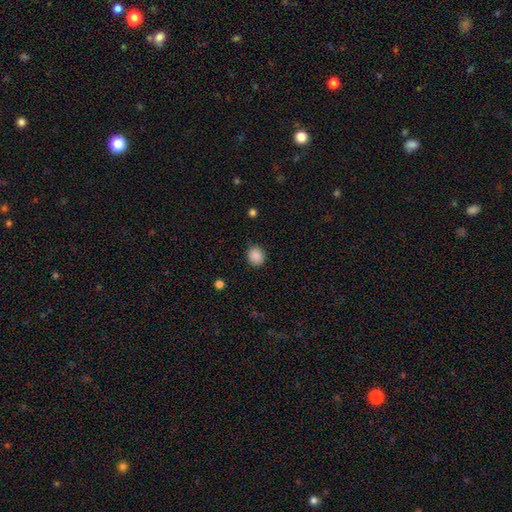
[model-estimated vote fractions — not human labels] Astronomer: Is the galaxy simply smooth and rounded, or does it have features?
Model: smooth — 88%.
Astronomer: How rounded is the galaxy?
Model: round — 69%.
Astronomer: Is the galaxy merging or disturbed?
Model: none — 87%.